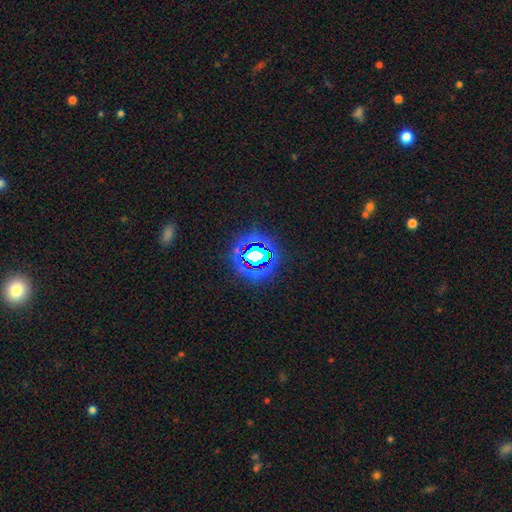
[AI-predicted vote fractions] A star or artifact, not a galaxy (71%).

Vote fractions:
- Smooth or featured? star or artifact: 71% / smooth: 18% / featured or disk: 12%